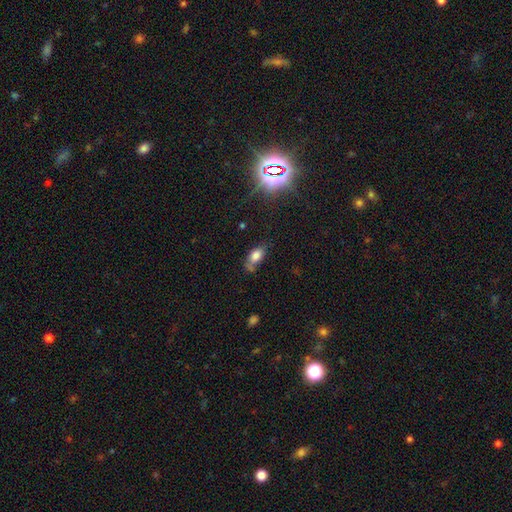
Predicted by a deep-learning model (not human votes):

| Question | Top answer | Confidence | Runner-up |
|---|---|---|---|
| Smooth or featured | smooth | 73% | featured or disk (14%) |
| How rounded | in between | 86% | round (8%) |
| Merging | none | 45% | minor disturbance (29%) |